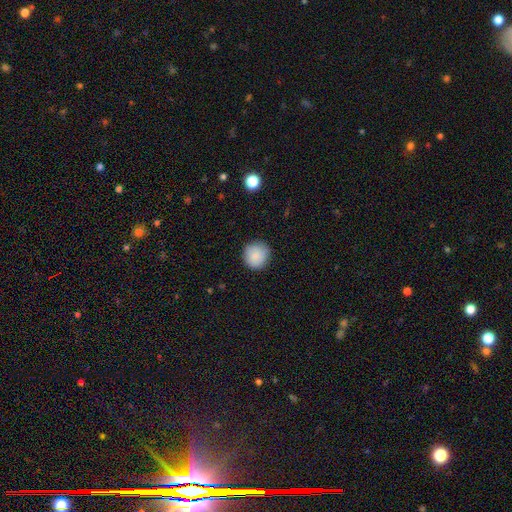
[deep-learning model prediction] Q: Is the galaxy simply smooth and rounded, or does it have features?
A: smooth — 82%.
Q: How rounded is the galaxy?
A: round — 92%.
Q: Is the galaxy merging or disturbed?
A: none — 84%.